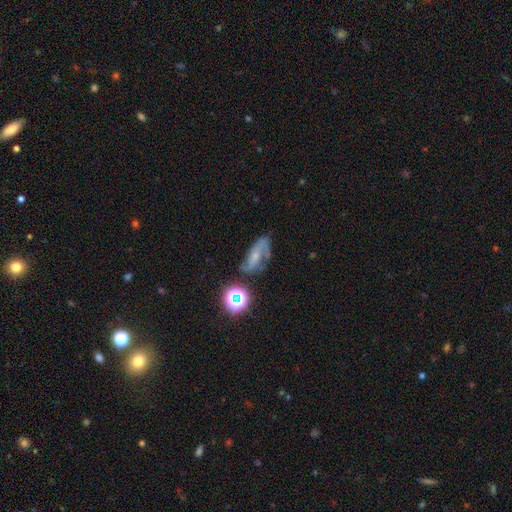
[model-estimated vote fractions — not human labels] This is likely a featured or disk galaxy (64%). It is clearly not viewed edge-on (94%). Bar: marginally no (45%). Spiral arm pattern: clearly yes (91%). Spiral arm count: likely 2 (77%). Spiral winding: marginally medium (44%). Central bulge: possibly small (56%). Merging: possibly none (56%).